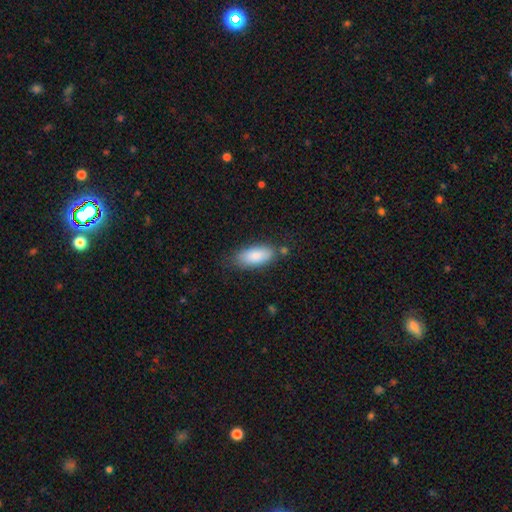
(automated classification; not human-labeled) smooth 84%, featured or disk 10%, star or artifact 6%. Down the decision tree: how rounded — in between (87%); merging — none (74%).